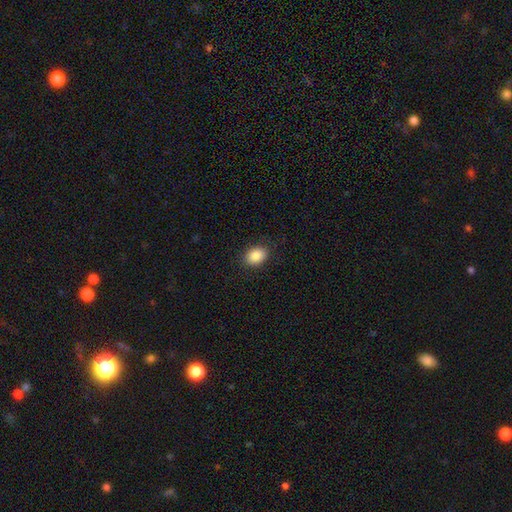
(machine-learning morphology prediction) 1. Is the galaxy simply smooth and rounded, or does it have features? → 87% smooth, 8% star or artifact, 5% featured or disk.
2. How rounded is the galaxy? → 72% in between, 27% round, 1% cigar-shaped.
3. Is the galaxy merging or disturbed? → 88% none, 9% minor disturbance, 2% major disturbance, 1% merger.